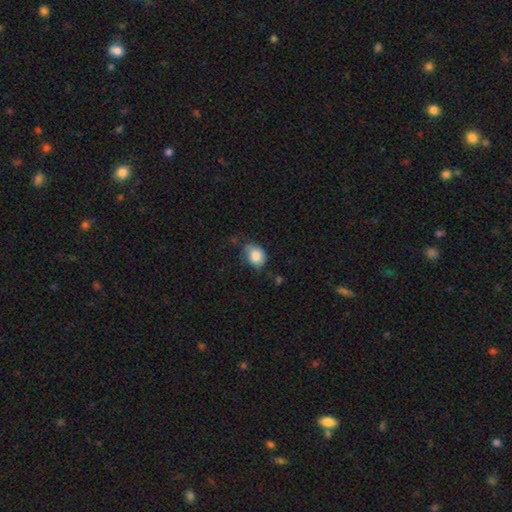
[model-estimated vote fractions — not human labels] Smooth or featured? Predicted: smooth (p=0.82). How rounded? Predicted: in between (p=0.52). Merging? Predicted: minor disturbance (p=0.40).